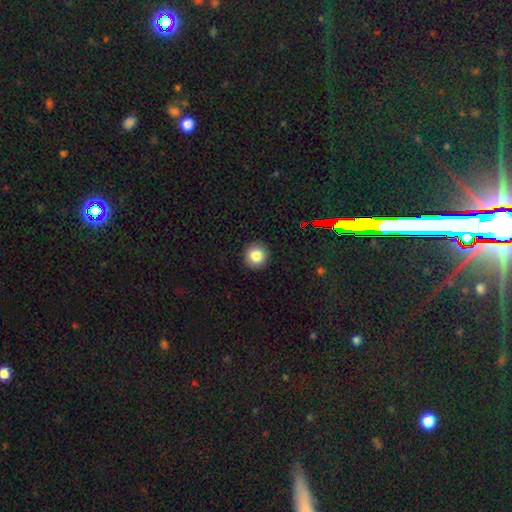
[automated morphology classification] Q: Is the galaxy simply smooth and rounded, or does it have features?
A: smooth — 84%.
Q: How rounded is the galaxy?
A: round — 94%.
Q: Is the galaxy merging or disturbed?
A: none — 92%.